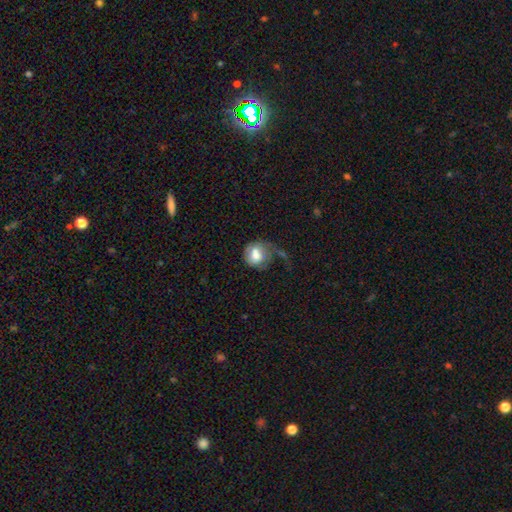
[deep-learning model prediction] This is likely a smooth galaxy (63%). How rounded: likely round (70%). Merging: marginally major disturbance (43%).